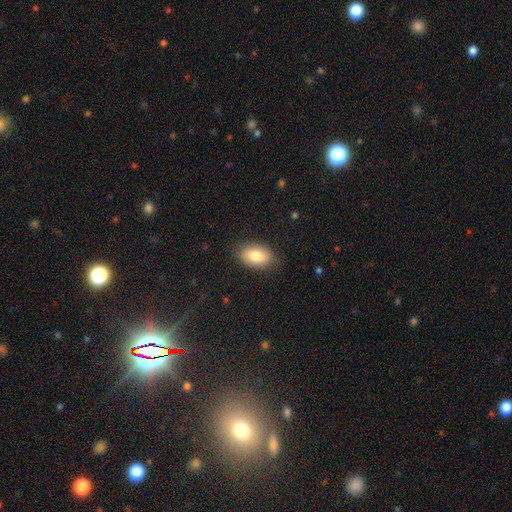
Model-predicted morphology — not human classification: type=smooth (83%); roundness=in between (91%); merging=none (85%).